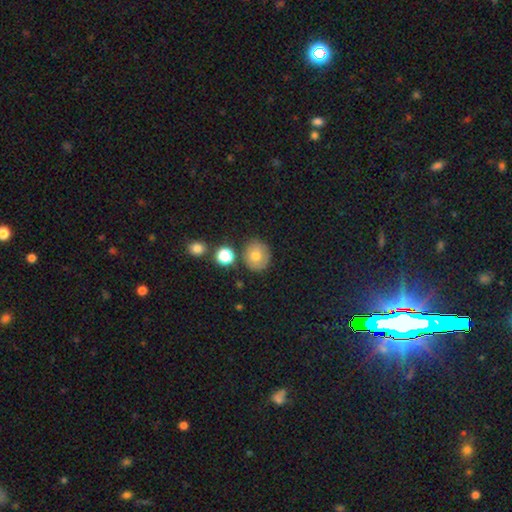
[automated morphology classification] This appears to be a smooth galaxy with no disk features (73%) that is round (79%). Merging: none (77%).